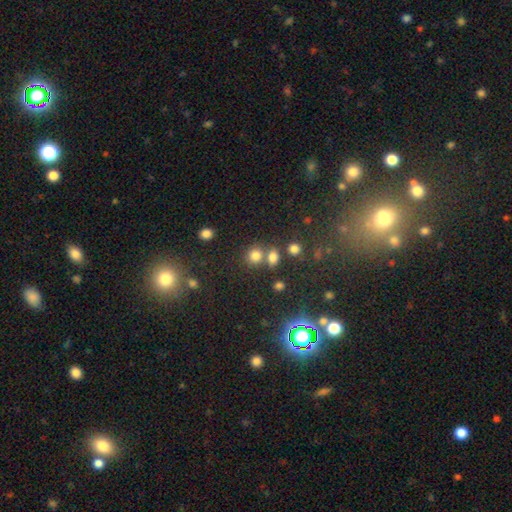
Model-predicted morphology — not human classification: type=smooth (76%); roundness=round (79%); merging=none (58%).